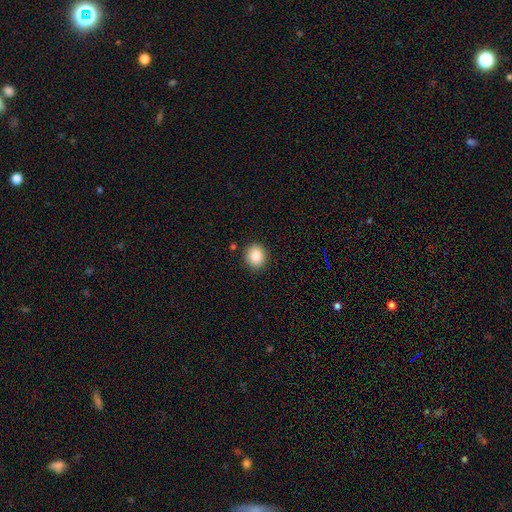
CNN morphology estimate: Smooth or featured? Predicted: smooth (p=0.86). How rounded? Predicted: round (p=0.76). Merging? Predicted: none (p=0.89).